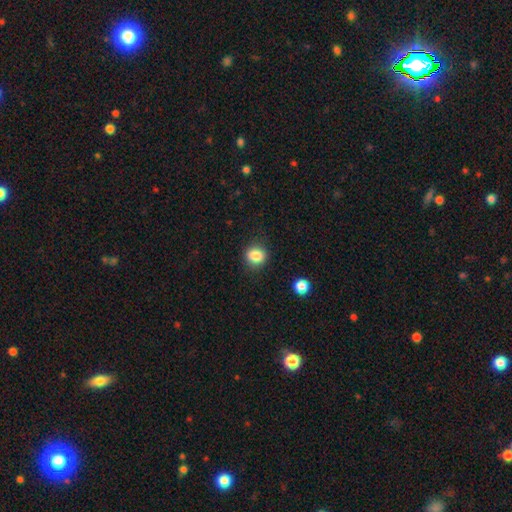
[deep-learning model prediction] Smooth or featured?
  - smooth: 85% *
  - star or artifact: 10%
  - featured or disk: 5%
How rounded?
  - round: 76% *
  - in between: 23%
  - cigar-shaped: 1%
Merging?
  - none: 86% *
  - minor disturbance: 9%
  - major disturbance: 3%
  - merger: 1%